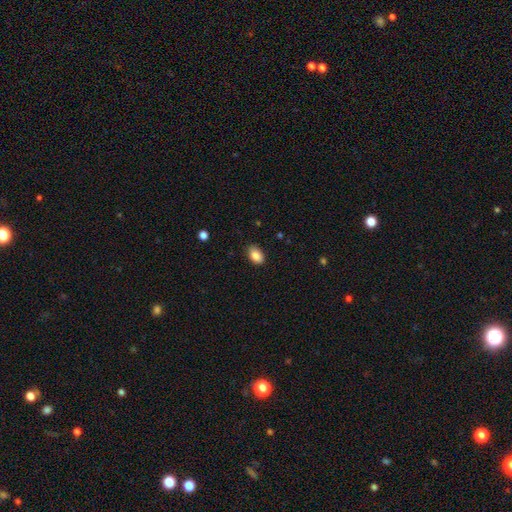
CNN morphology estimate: Smooth or featured? smooth (87%)
How rounded? in between (88%)
Merging? none (85%)